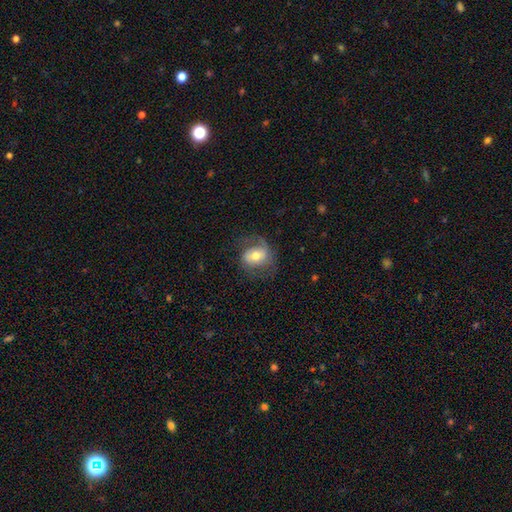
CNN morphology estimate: type=smooth (46%, tied with featured or disk); merging=none (59%).